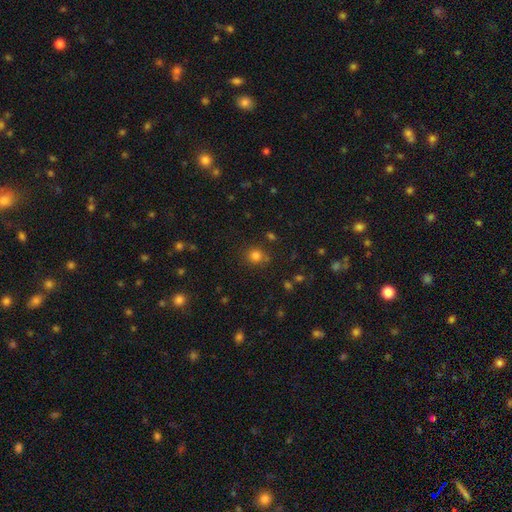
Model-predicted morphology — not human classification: A smooth galaxy with no disk features (78%) that is round (85%).

Vote fractions:
- Smooth or featured? smooth: 78% / star or artifact: 17% / featured or disk: 5%
- How rounded? round: 85% / in between: 14% / cigar-shaped: 1%
- Merging? none: 77% / minor disturbance: 12% / merger: 7% / major disturbance: 4%